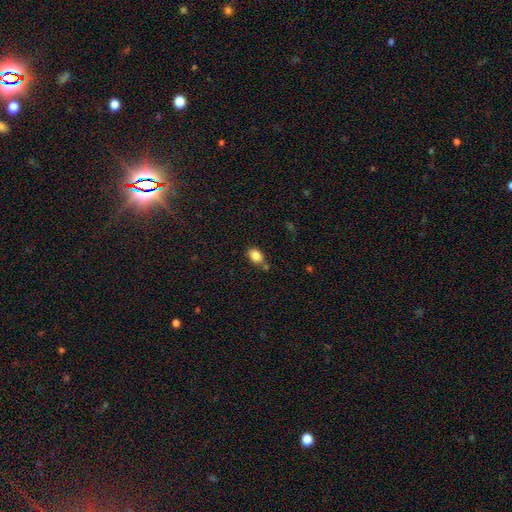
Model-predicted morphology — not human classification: type=smooth (84%); roundness=in between (79%); merging=none (65%).